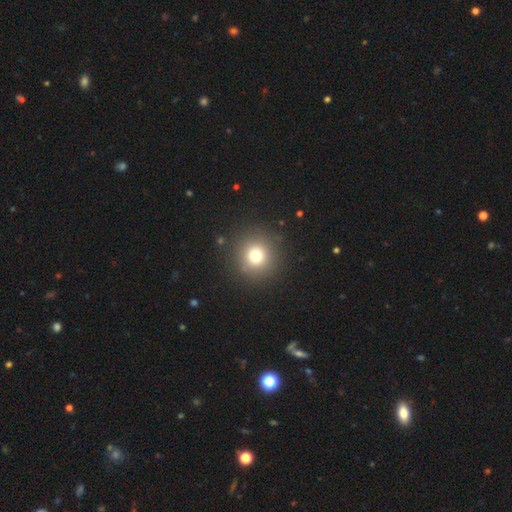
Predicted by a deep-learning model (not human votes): A smooth galaxy with no disk features (75%) that is round (94%).

Vote fractions:
- Smooth or featured? smooth: 75% / star or artifact: 15% / featured or disk: 10%
- How rounded? round: 94% / in between: 5% / cigar-shaped: 1%
- Merging? none: 89% / minor disturbance: 6% / major disturbance: 3% / merger: 2%